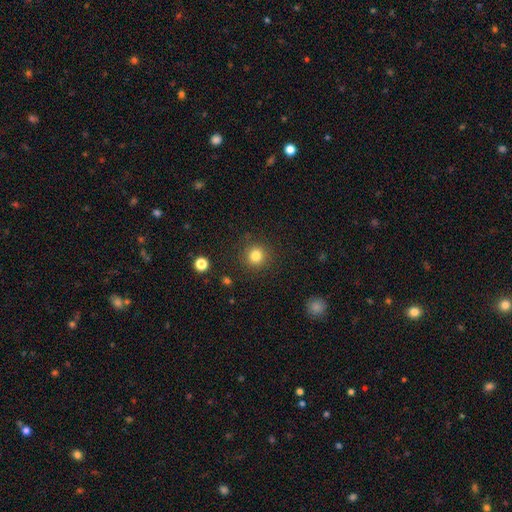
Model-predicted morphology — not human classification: Smooth or featured? smooth (82%)
How rounded? round (93%)
Merging? none (89%)